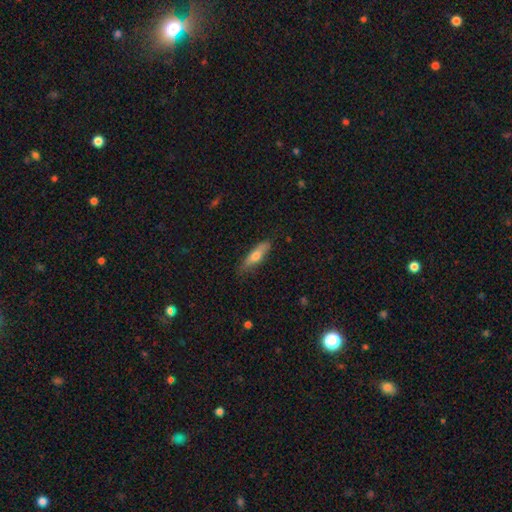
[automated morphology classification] smooth-or-featured: smooth: 63% | featured or disk: 30% | star or artifact: 6%
  how-rounded: cigar-shaped: 66% | in between: 32% | round: 2%
  merging: none: 80% | minor disturbance: 16% | major disturbance: 3% | merger: 1%